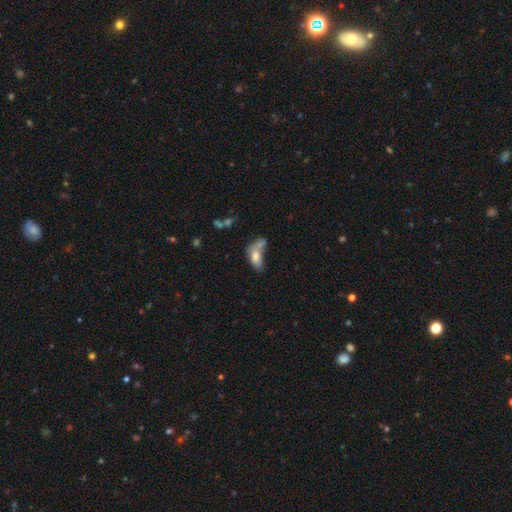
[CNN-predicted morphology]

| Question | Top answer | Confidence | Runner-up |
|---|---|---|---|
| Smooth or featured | smooth | 70% | featured or disk (21%) |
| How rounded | in between | 87% | cigar-shaped (7%) |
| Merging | merger | 43% | none (22%) |